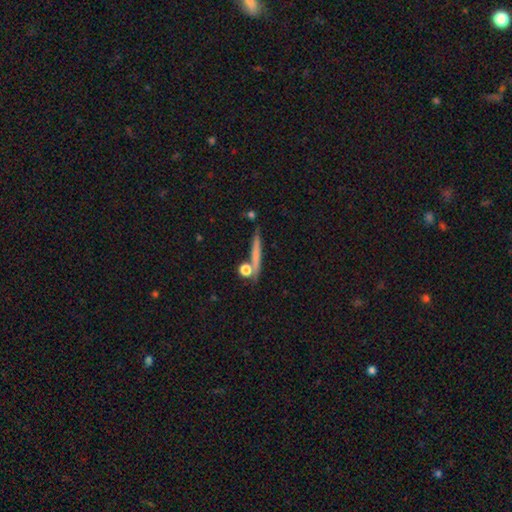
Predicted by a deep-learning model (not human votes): A smooth galaxy with no disk features (60%) that is cigar-shaped (84%). Merging: none (76%).